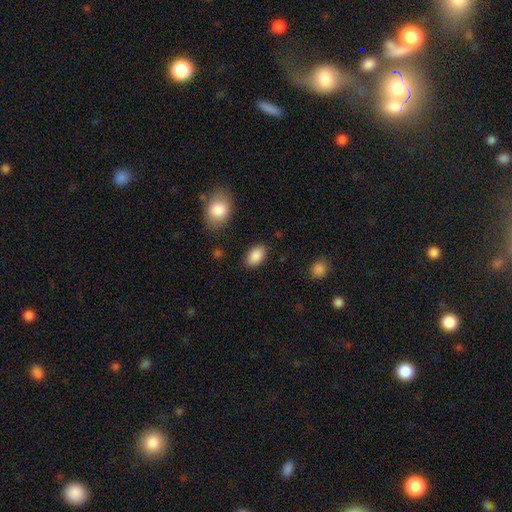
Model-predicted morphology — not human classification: Smooth or featured: smooth — 88% (star or artifact — 7%)
How rounded: in between — 90% (round — 8%)
Merging: none — 85% (minor disturbance — 10%)